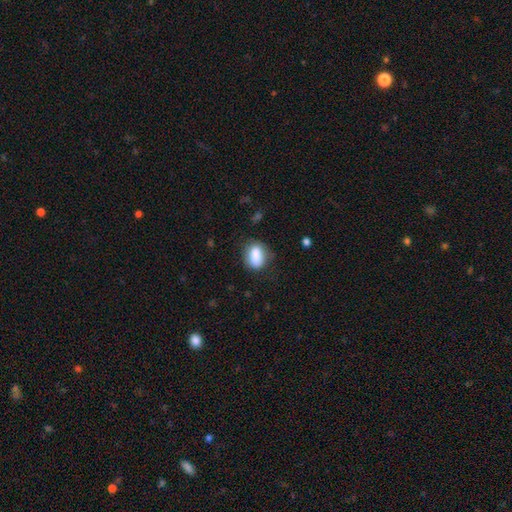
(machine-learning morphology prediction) Smooth or featured? smooth (84%)
How rounded? in between (78%)
Merging? none (74%)